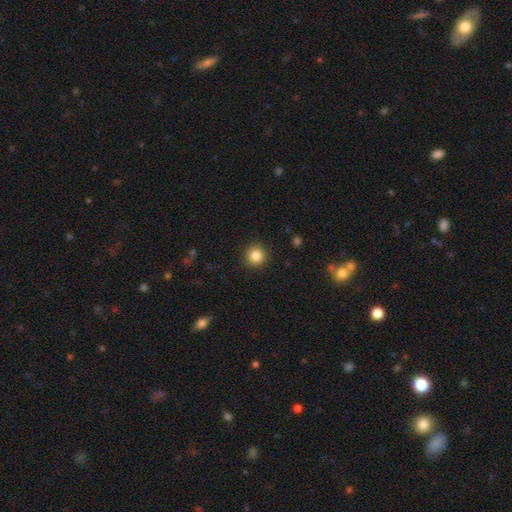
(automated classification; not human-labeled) This is clearly a smooth galaxy (84%). How rounded: clearly round (95%). Merging: clearly none (92%).